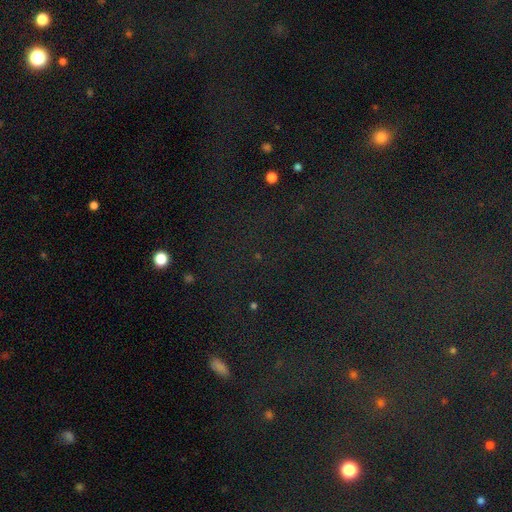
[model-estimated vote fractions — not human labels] smooth_or_featured: star or artifact (p=0.76) [alt: smooth p=0.13]